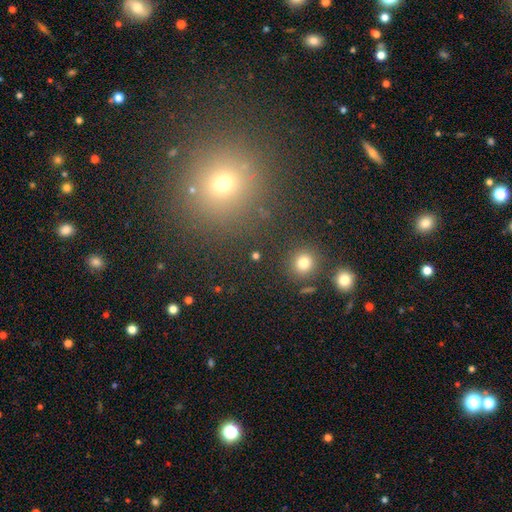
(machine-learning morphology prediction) type=smooth (63%); roundness=round (90%); merging=none (88%).